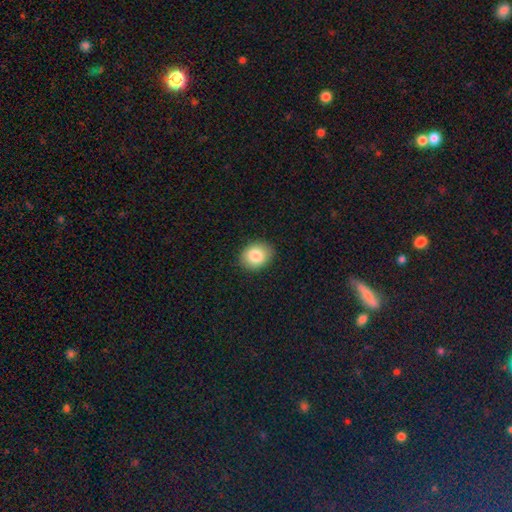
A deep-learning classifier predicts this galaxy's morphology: Smooth or featured?
  - smooth: 85% *
  - star or artifact: 8%
  - featured or disk: 7%
How rounded?
  - in between: 50% *
  - round: 49%
  - cigar-shaped: 1%
Merging?
  - none: 89% *
  - minor disturbance: 8%
  - major disturbance: 2%
  - merger: 1%